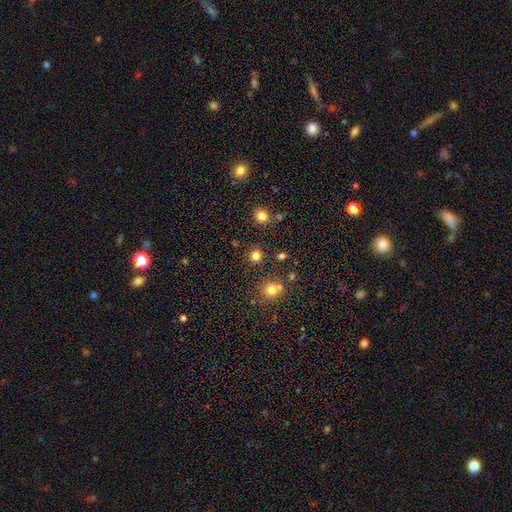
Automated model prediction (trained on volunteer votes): Smooth or featured: smooth — 79% (star or artifact — 16%)
How rounded: round — 86% (in between — 13%)
Merging: none — 83% (minor disturbance — 8%)